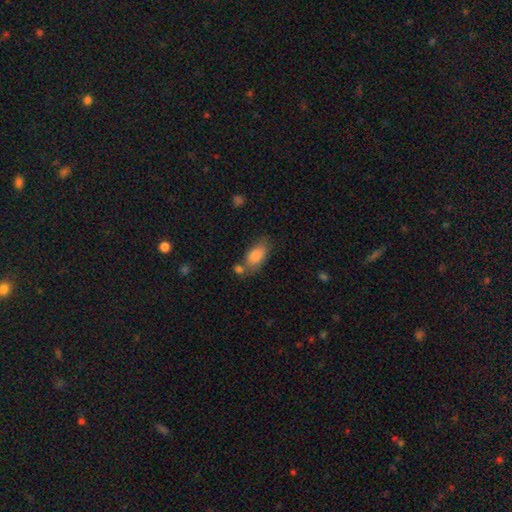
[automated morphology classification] A smooth galaxy with no disk features (84%) that is in between round and cigar-shaped (89%).

Vote fractions:
- Smooth or featured? smooth: 84% / featured or disk: 9% / star or artifact: 7%
- How rounded? in between: 89% / cigar-shaped: 6% / round: 5%
- Merging? none: 51% / minor disturbance: 22% / merger: 18% / major disturbance: 8%